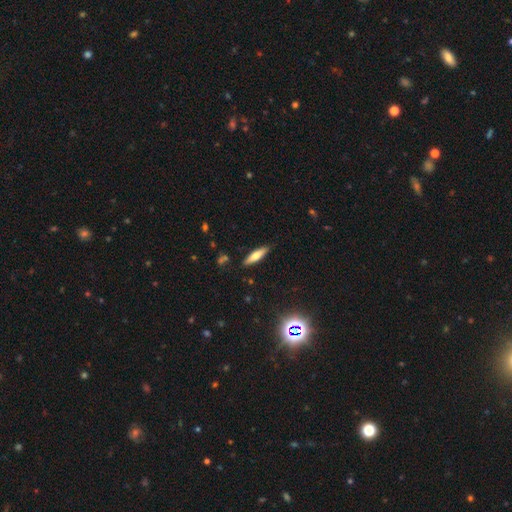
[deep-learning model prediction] This appears to be a smooth galaxy with no disk features (60%) that is cigar-shaped (72%). Merging: none (87%).